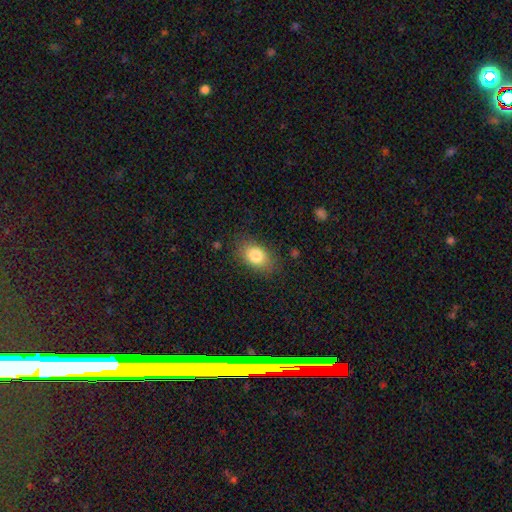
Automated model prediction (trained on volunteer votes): Smooth or featured: smooth — 82% (featured or disk — 10%)
How rounded: in between — 85% (round — 14%)
Merging: none — 80% (minor disturbance — 14%)